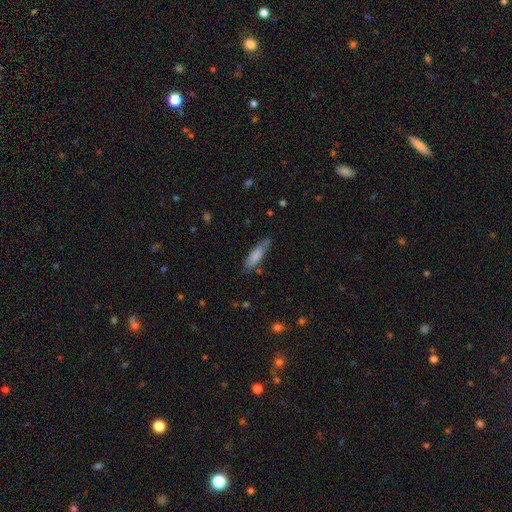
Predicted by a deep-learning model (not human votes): smooth_or_featured: smooth (p=0.80) [alt: featured or disk p=0.14]
how_rounded: cigar-shaped (p=0.56) [alt: in between p=0.42]
merging: none (p=0.72) [alt: minor disturbance p=0.21]